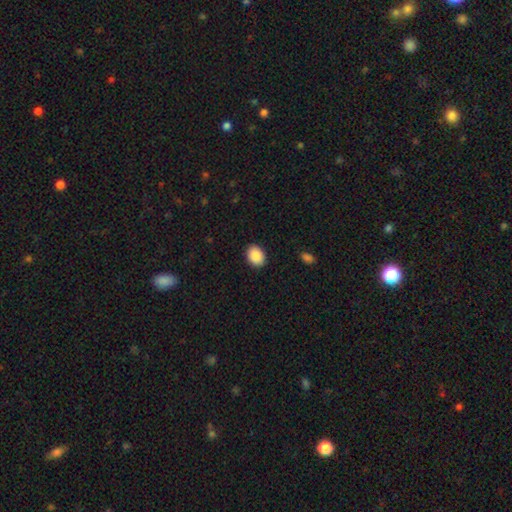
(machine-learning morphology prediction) smooth_or_featured: smooth (p=0.89) [alt: star or artifact p=0.07]
how_rounded: in between (p=0.66) [alt: round p=0.33]
merging: none (p=0.90) [alt: minor disturbance p=0.07]